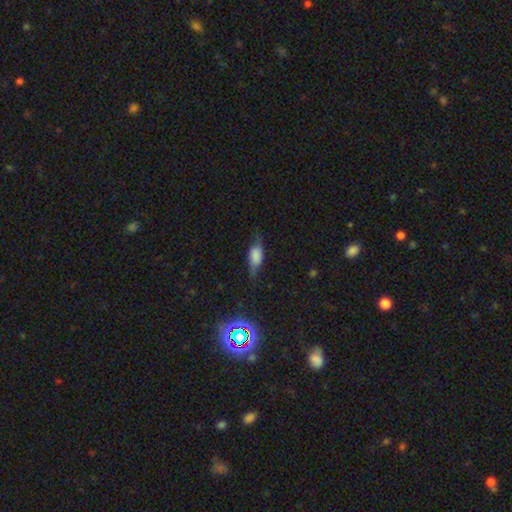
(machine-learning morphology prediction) The model was most divided on "smooth or featured": smooth: 53%, featured or disk: 37%, star or artifact: 11%. More confident: how rounded — in between (78%); merging — none (59%).